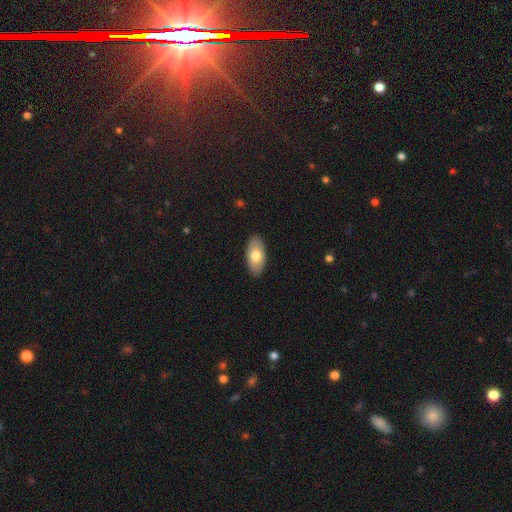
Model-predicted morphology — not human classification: Q: Smooth or featured?
A: smooth (71%); runner-up: featured or disk (23%)
Q: How rounded?
A: in between (94%); runner-up: cigar-shaped (3%)
Q: Merging?
A: none (89%); runner-up: minor disturbance (9%)